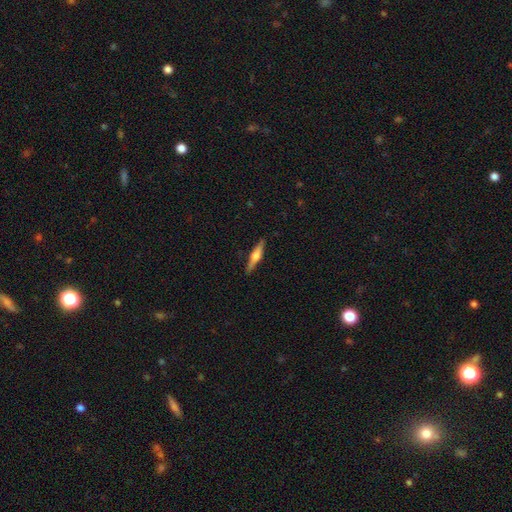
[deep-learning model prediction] smooth-or-featured: featured or disk: 67% | smooth: 27% | star or artifact: 6%
  disk-edge-on: yes: 97% | no: 3%
    edge-on-bulge: rounded: 90% | boxy: 8% | none: 3%
  merging: none: 89% | minor disturbance: 8% | major disturbance: 2% | merger: 1%